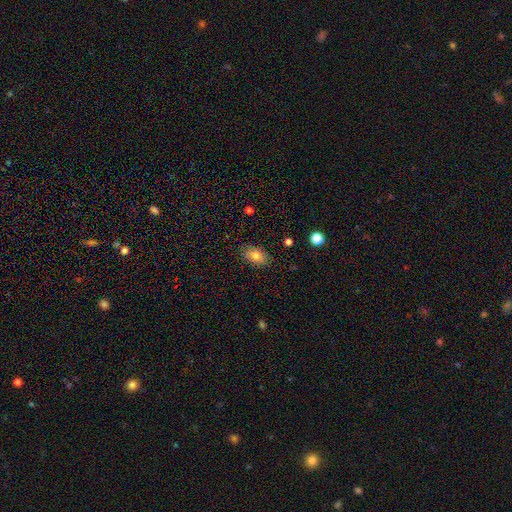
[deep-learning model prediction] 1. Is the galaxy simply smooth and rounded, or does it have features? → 79% smooth, 12% featured or disk, 9% star or artifact.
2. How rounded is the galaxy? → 88% in between, 10% round, 2% cigar-shaped.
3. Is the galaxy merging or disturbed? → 85% none, 12% minor disturbance, 3% major disturbance, 1% merger.